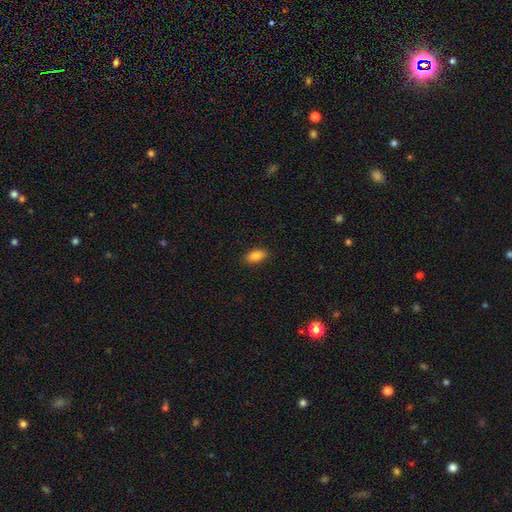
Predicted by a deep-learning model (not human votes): The model was most divided on "smooth or featured": smooth: 87%, star or artifact: 8%, featured or disk: 5%. More confident: how rounded — in between (91%); merging — none (88%).